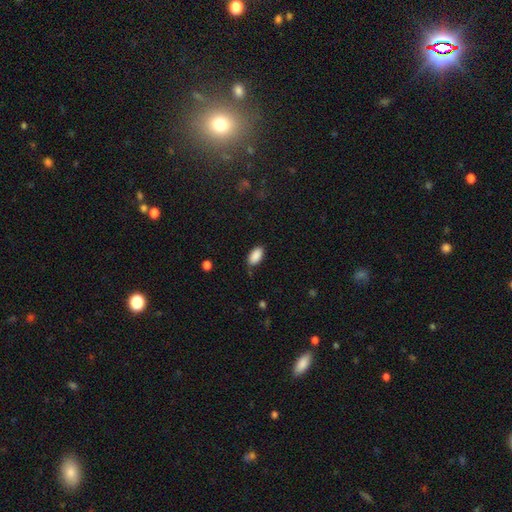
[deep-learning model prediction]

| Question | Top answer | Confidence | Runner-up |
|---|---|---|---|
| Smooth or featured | smooth | 89% | star or artifact (7%) |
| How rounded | in between | 94% | round (3%) |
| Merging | none | 80% | minor disturbance (15%) |